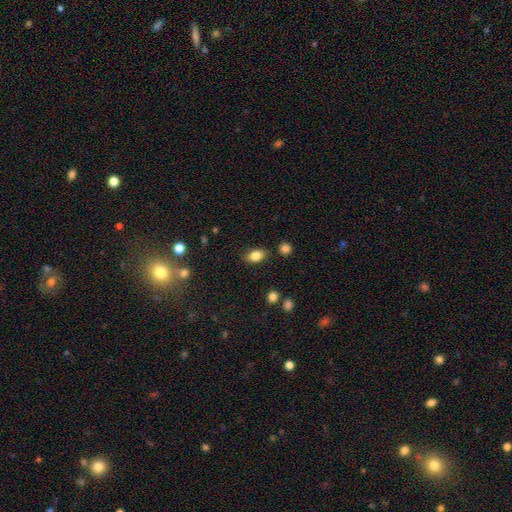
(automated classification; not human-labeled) The model was most divided on "merging": none: 82%, minor disturbance: 12%, merger: 3%, major disturbance: 3%. More confident: how rounded — in between (84%); smooth or featured — smooth (83%).